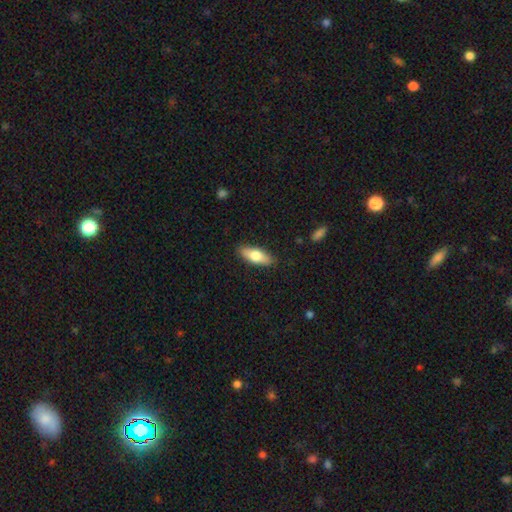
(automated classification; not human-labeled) Smooth or featured?
  - smooth: 70% *
  - featured or disk: 24%
  - star or artifact: 6%
How rounded?
  - in between: 67% *
  - cigar-shaped: 30%
  - round: 3%
Merging?
  - none: 87% *
  - minor disturbance: 10%
  - major disturbance: 2%
  - merger: 1%